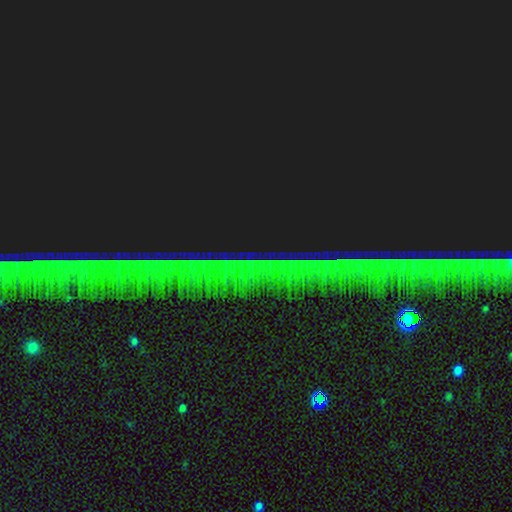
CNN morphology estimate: Smooth or featured?
  - star or artifact: 86% *
  - featured or disk: 8%
  - smooth: 6%